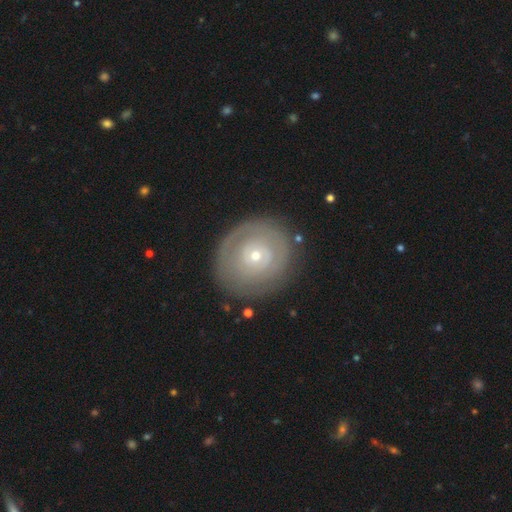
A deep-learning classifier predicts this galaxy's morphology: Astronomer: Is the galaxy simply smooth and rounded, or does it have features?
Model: featured or disk — 59% (runner-up: smooth, 35%).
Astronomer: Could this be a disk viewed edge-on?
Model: no — 96%.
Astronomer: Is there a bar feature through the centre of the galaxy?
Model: no — 86%.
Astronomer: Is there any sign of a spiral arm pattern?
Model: no — 58% (runner-up: yes, 42%).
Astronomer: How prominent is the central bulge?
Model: small — 65%.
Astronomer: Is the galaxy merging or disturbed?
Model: none — 80%.